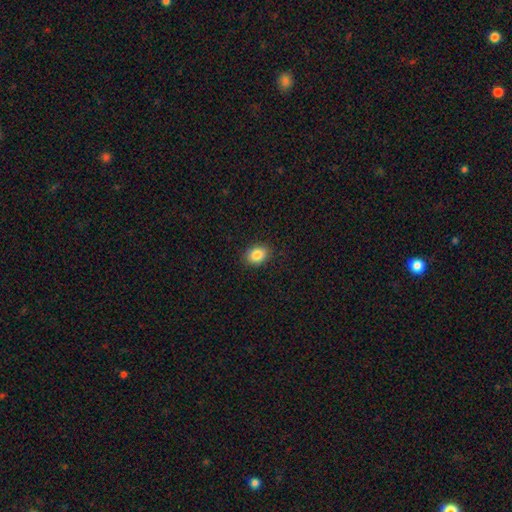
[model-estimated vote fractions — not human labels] smooth 86%, star or artifact 9%, featured or disk 5%. Down the decision tree: how rounded — in between (57%); merging — none (89%).